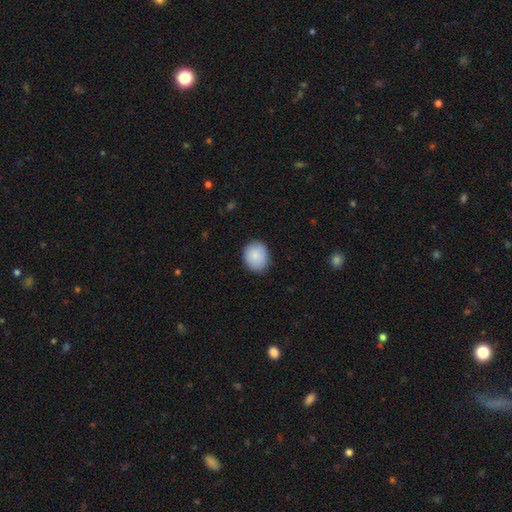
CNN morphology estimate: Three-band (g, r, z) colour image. It shows a smooth galaxy with no disk features (87%) that is round (60%). Merging: none (82%).